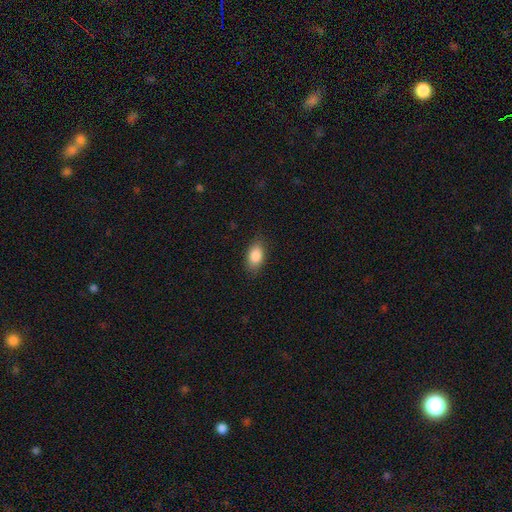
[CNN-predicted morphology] Smooth or featured? Predicted: smooth (p=0.86). How rounded? Predicted: in between (p=0.90). Merging? Predicted: none (p=0.83).